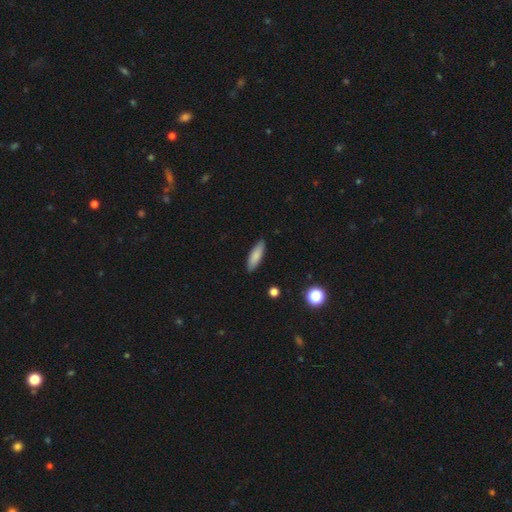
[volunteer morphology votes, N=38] Smooth or featured? 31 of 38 (82%) said smooth. How rounded? 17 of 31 (55%) said cigar-shaped. Merging? 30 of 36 (83%) said none.